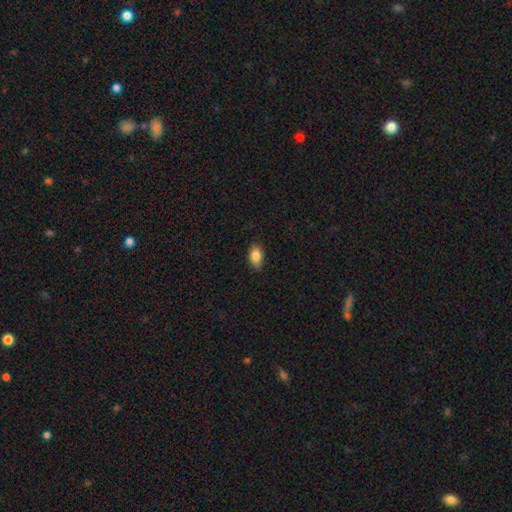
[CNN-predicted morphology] Q: Smooth or featured?
A: smooth (86%); runner-up: star or artifact (8%)
Q: How rounded?
A: in between (89%); runner-up: round (7%)
Q: Merging?
A: none (81%); runner-up: minor disturbance (15%)